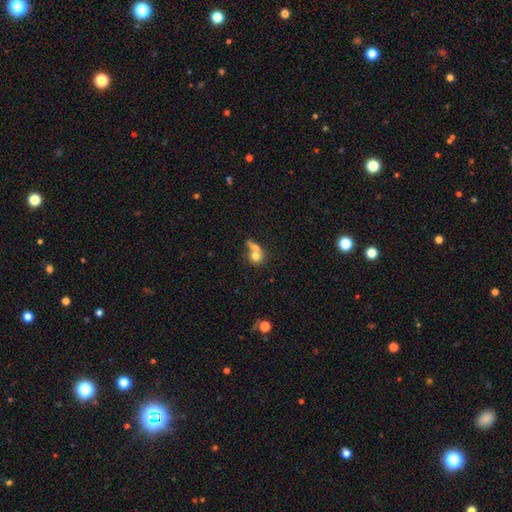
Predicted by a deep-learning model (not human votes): smooth-or-featured: smooth: 72% | featured or disk: 18% | star or artifact: 10%
  how-rounded: round: 74% | in between: 23% | cigar-shaped: 2%
  merging: merger: 57% | none: 30% | minor disturbance: 8% | major disturbance: 6%